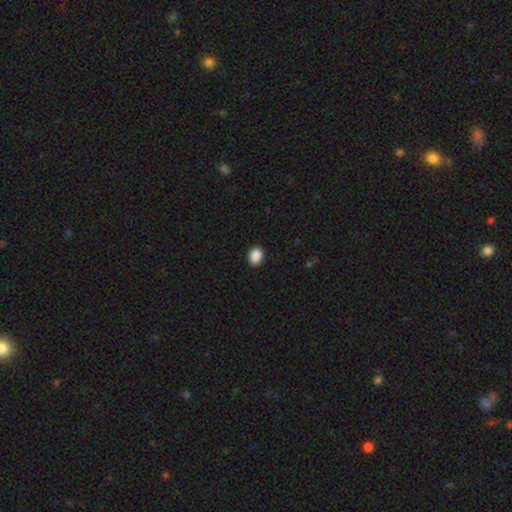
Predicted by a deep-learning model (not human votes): Smooth or featured? smooth (89%)
How rounded? in between (58%)
Merging? none (91%)